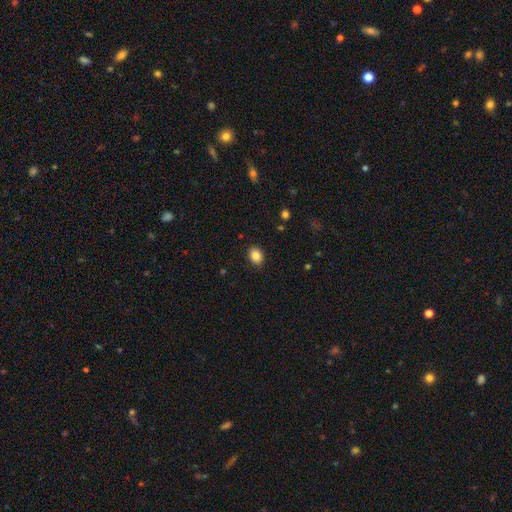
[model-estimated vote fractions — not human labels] This is clearly a smooth galaxy (86%). How rounded: likely in between (62%). Merging: clearly none (88%).